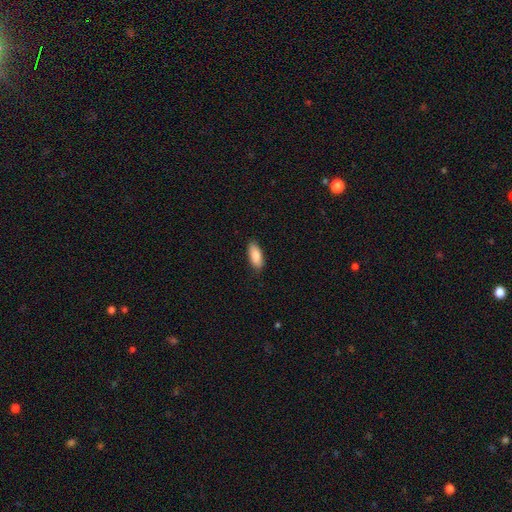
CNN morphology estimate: Overall: smooth (88%). How rounded: in between (82%). Merging: none (85%).